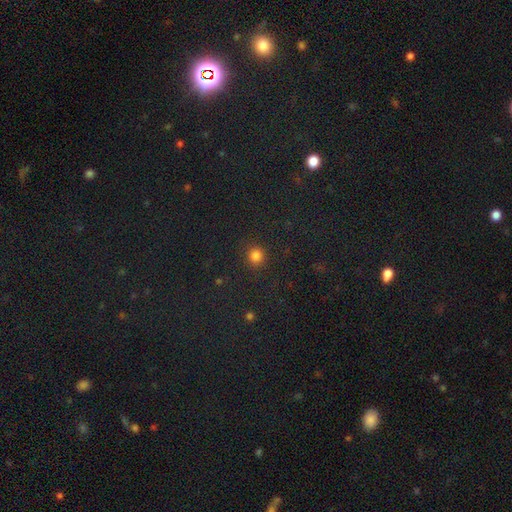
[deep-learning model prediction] Q: Smooth or featured?
A: smooth (82%); runner-up: star or artifact (14%)
Q: How rounded?
A: round (90%); runner-up: in between (9%)
Q: Merging?
A: none (89%); runner-up: minor disturbance (7%)